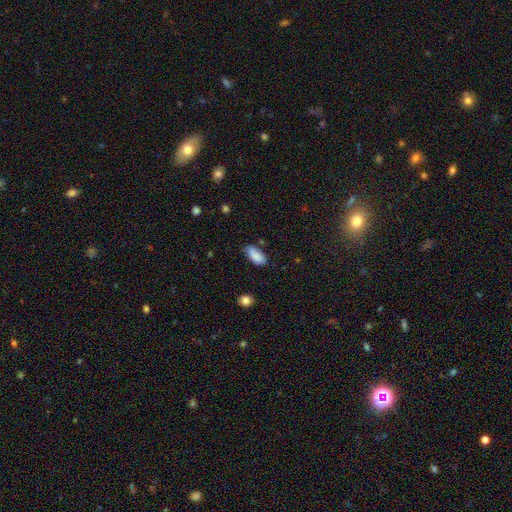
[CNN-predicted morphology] This appears to be a smooth galaxy with no disk features (88%) that is in between round and cigar-shaped (88%). Merging: none (73%).